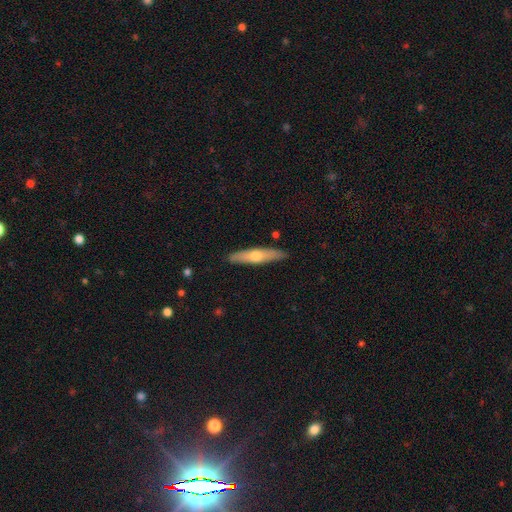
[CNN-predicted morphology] Smooth or featured?
  - smooth: 48% *
  - featured or disk: 47%
  - star or artifact: 5%
Merging?
  - none: 90% *
  - minor disturbance: 7%
  - major disturbance: 1%
  - merger: 1%